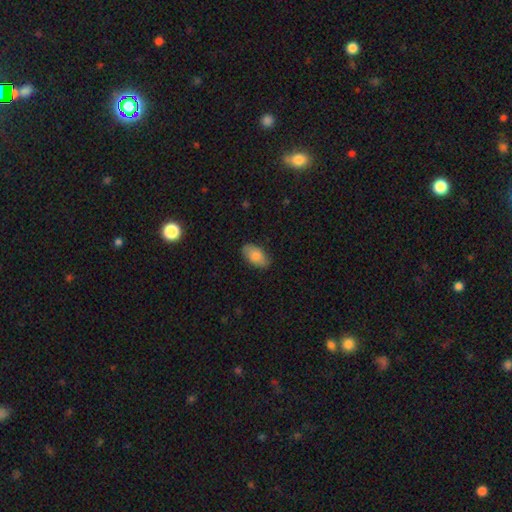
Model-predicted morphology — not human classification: Smooth or featured: smooth — 82% (featured or disk — 11%)
How rounded: in between — 94% (round — 4%)
Merging: none — 83% (minor disturbance — 13%)